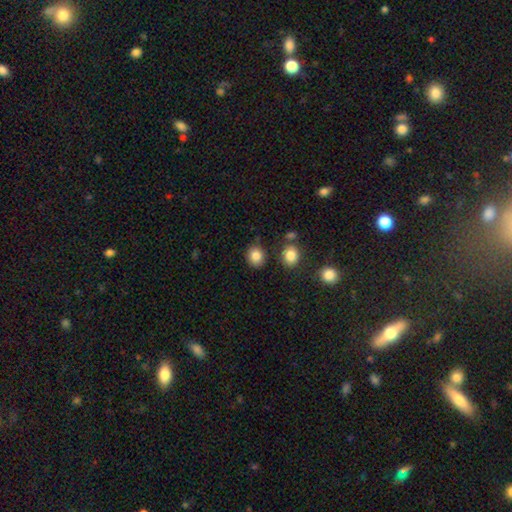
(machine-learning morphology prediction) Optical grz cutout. It shows a smooth galaxy with no disk features (85%) that is round (73%). Merging: none (82%).